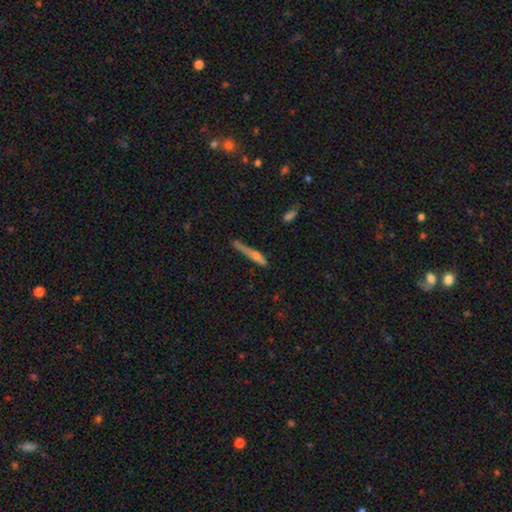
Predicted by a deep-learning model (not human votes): Smooth or featured? Predicted: smooth (p=0.56). How rounded? Predicted: cigar-shaped (p=0.90). Merging? Predicted: none (p=0.50).